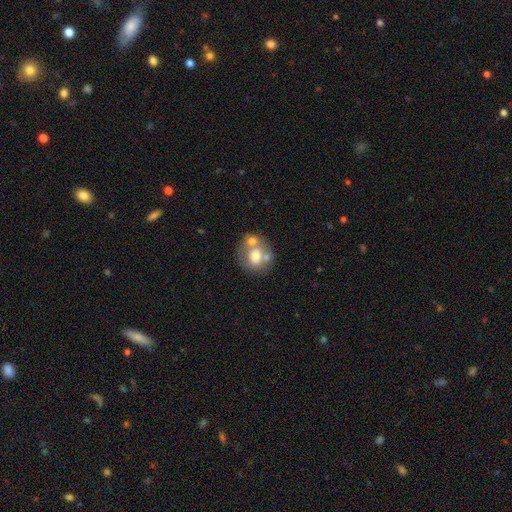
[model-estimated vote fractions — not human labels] smooth 58%, featured or disk 34%, star or artifact 8%. Down the decision tree: how rounded — round (67%); merging — merger (41%).